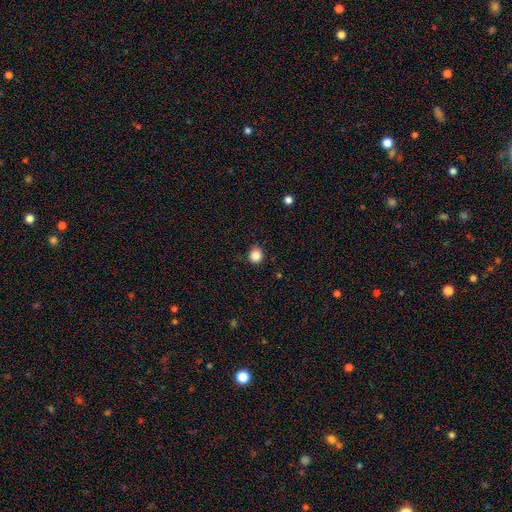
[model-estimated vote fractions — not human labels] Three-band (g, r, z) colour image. It shows a smooth galaxy with no disk features (87%) that is round (90%). Merging: none (85%).